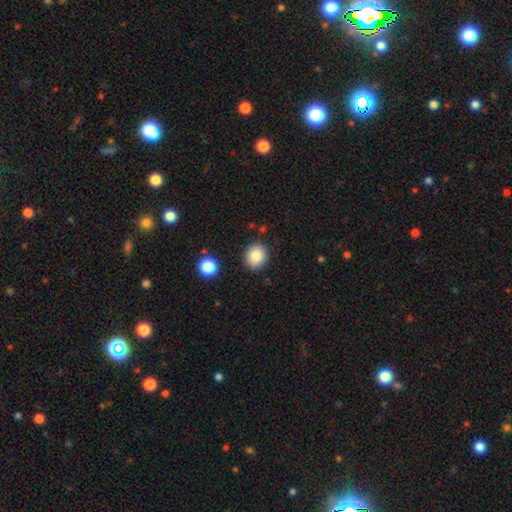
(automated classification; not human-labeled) smooth_or_featured: smooth (p=0.85) [alt: star or artifact p=0.09]
how_rounded: round (p=0.79) [alt: in between p=0.20]
merging: none (p=0.87) [alt: minor disturbance p=0.08]